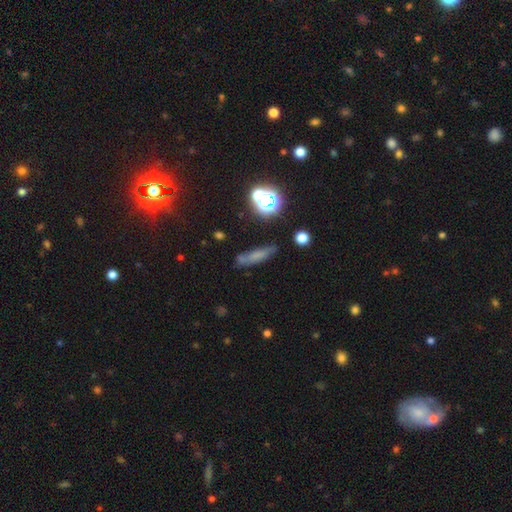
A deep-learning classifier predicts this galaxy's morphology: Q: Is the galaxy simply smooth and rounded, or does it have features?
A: smooth — 56%.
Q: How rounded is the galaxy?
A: cigar-shaped — 73%.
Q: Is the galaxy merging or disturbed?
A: none — 71%.